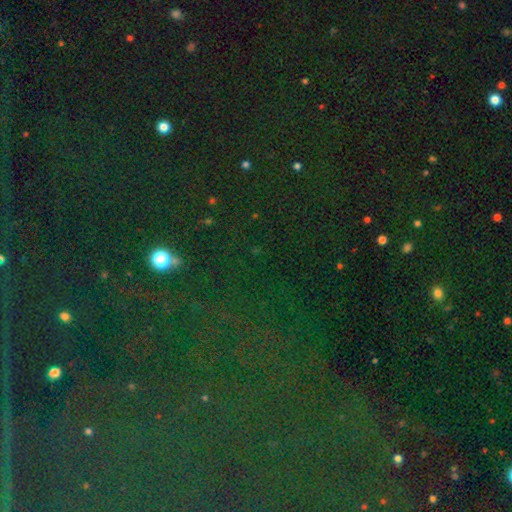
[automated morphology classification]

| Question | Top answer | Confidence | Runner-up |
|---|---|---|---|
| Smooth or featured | star or artifact | 79% | smooth (14%) |